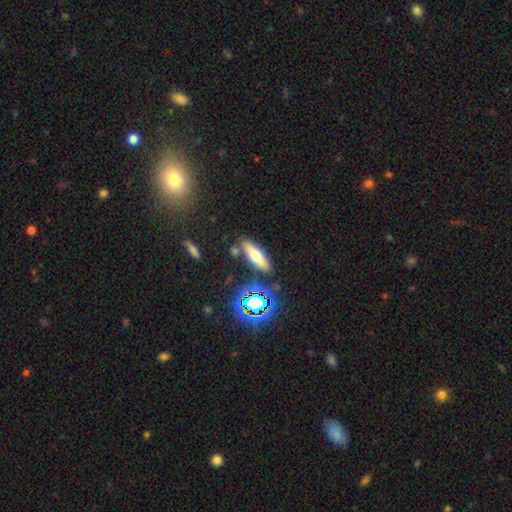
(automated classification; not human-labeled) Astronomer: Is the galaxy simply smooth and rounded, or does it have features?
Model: smooth — 53% (runner-up: featured or disk, 29%).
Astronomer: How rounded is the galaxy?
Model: in between — 48% (runner-up: cigar-shaped, 46%).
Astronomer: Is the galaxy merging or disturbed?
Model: none — 79%.